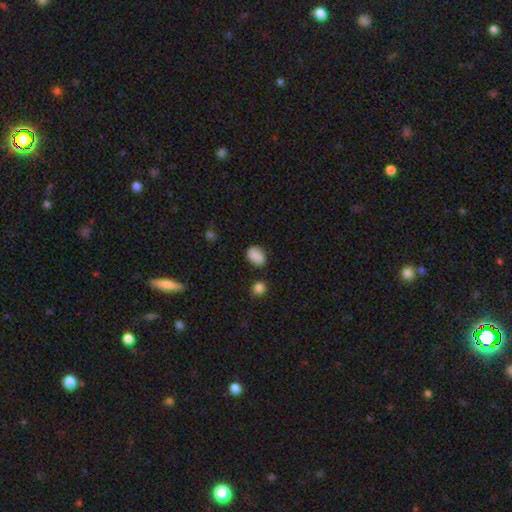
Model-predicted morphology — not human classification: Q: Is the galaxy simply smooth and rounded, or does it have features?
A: smooth — 86%.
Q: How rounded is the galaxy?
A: in between — 79%.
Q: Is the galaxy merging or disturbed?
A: none — 74%.